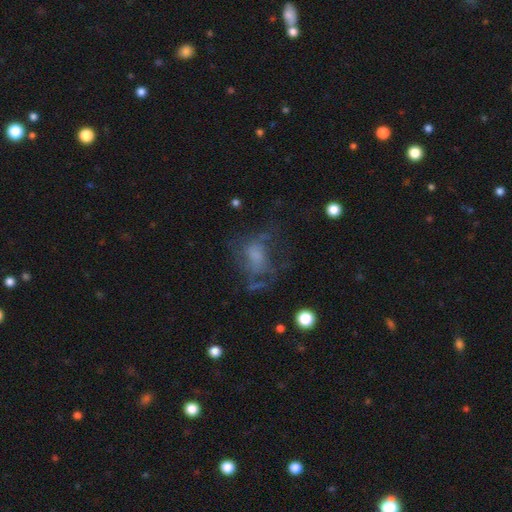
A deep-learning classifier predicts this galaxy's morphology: Smooth or featured? Predicted: featured or disk (p=0.47). Merging? Predicted: none (p=0.40).